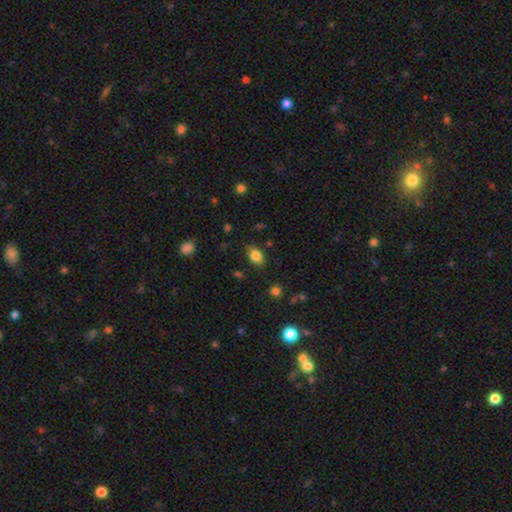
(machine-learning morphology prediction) A smooth galaxy with no disk features (83%) that is in between round and cigar-shaped (85%). Merging: none (82%).